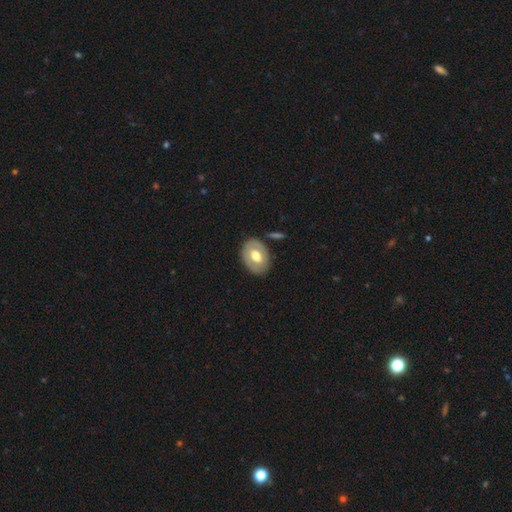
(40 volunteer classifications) Morphology: type=smooth (55%); roundness=in between (77%); merging=none (89%).